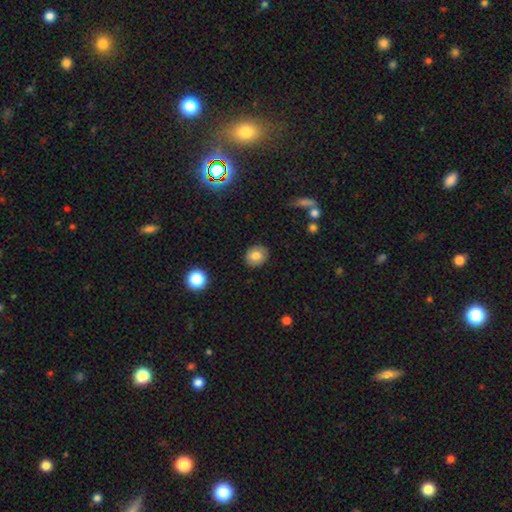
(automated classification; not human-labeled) This is likely a smooth galaxy (80%). How rounded: likely round (75%). Merging: clearly none (89%).